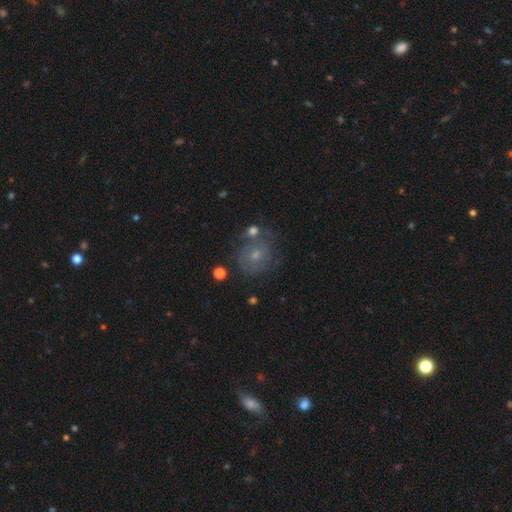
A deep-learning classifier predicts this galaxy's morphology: Smooth or featured? Predicted: featured or disk (p=0.45). Merging? Predicted: none (p=0.60).